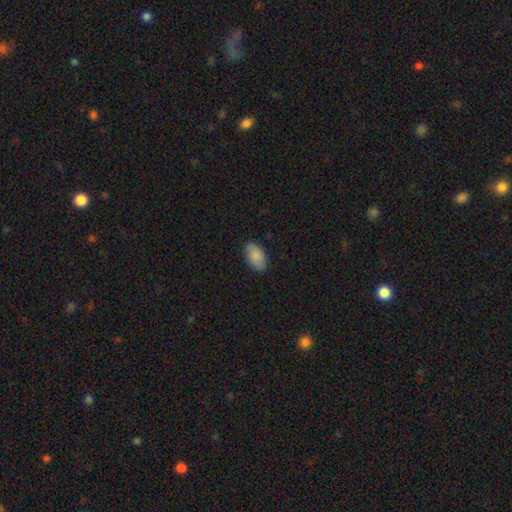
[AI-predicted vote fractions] Morphology: type=smooth (86%); roundness=in between (94%); merging=none (86%).